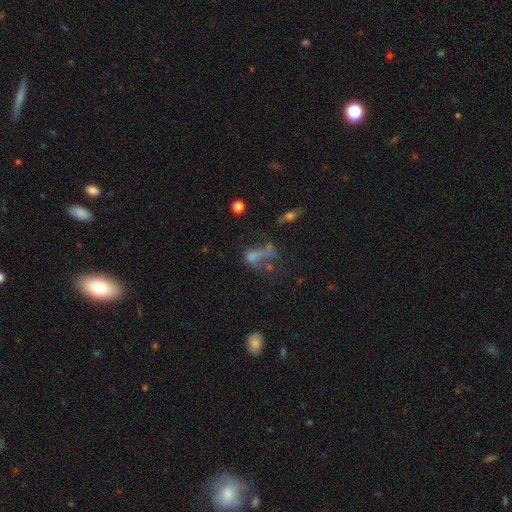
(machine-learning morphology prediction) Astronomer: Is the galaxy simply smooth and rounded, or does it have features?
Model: smooth — 46% (runner-up: featured or disk, 32%).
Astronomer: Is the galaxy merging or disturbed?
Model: major disturbance — 34% (runner-up: merger, 26%).